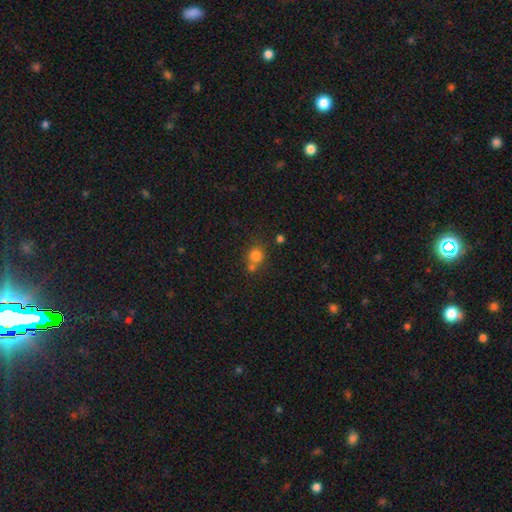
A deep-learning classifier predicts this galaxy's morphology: smooth 79%, star or artifact 13%, featured or disk 7%. Down the decision tree: how rounded — round (85%); merging — none (55%).